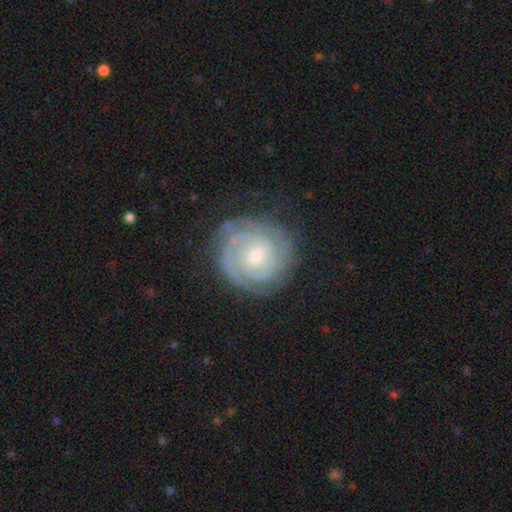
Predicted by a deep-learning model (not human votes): Smooth or featured?
  - featured or disk: 82% *
  - smooth: 12%
  - star or artifact: 6%
Edge-on disk?
  - no: 98% *
  - yes: 2%
Bar?
  - no: 70% *
  - weak: 25%
  - strong: 6%
Spiral arms?
  - yes: 95% *
  - no: 5%
Spiral winding?
  - tight: 83% *
  - medium: 14%
  - loose: 3%
Spiral arm count?
  - 2: 35% *
  - can't tell: 31%
  - 3: 16%
  - 4: 7%
  - 1: 6%
  - more than 4: 5%
Bulge size?
  - small: 60% *
  - moderate: 35%
  - large: 2%
  - none: 2%
  - dominant: 1%
Merging?
  - none: 79% *
  - minor disturbance: 15%
  - major disturbance: 5%
  - merger: 1%